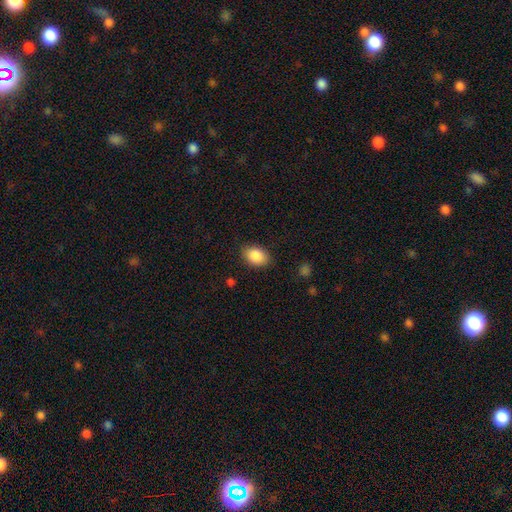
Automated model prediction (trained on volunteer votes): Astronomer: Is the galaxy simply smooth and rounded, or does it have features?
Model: smooth — 88%.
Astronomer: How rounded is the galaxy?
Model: in between — 80%.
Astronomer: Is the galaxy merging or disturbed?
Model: none — 85%.